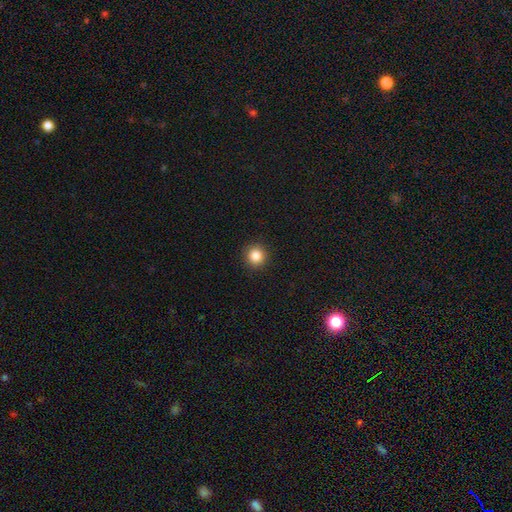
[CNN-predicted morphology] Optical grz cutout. It shows a smooth galaxy with no disk features (85%) that is round (94%). Merging: none (92%).